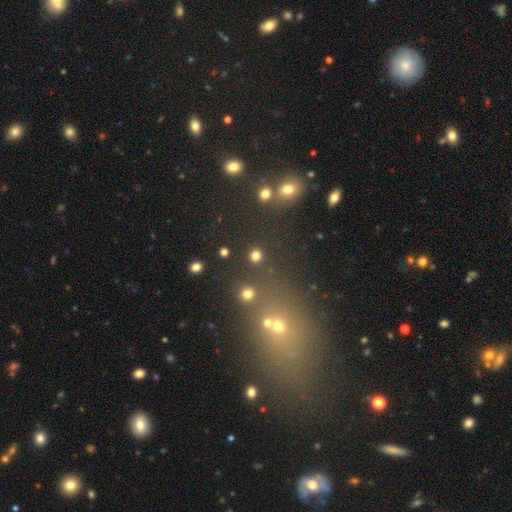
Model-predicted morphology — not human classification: Q: Smooth or featured?
A: smooth (79%); runner-up: star or artifact (16%)
Q: How rounded?
A: round (92%); runner-up: in between (7%)
Q: Merging?
A: none (88%); runner-up: minor disturbance (5%)